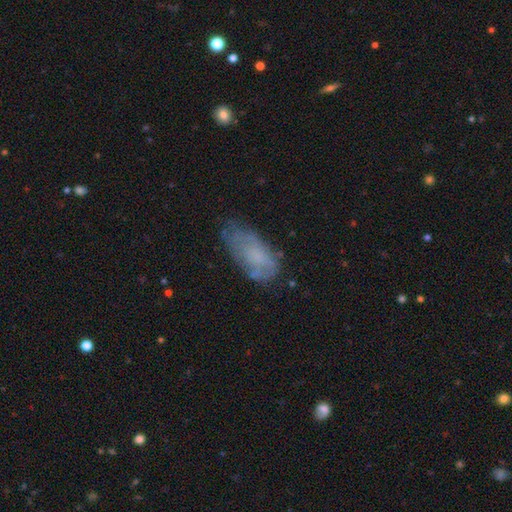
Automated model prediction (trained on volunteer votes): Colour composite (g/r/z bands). It shows a smooth galaxy with no disk features (54%) that is in between round and cigar-shaped (89%). Merging: none (52%).